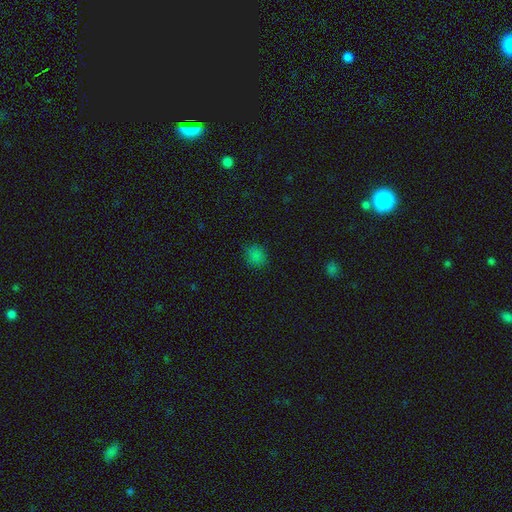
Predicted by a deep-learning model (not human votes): Q: Smooth or featured?
A: smooth (78%); runner-up: star or artifact (18%)
Q: How rounded?
A: round (74%); runner-up: in between (25%)
Q: Merging?
A: none (84%); runner-up: minor disturbance (11%)